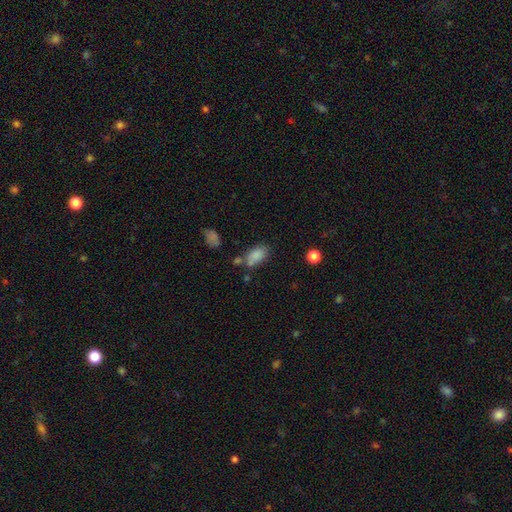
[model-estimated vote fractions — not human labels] Morphology: type=smooth (82%); roundness=in between (90%); merging=none (51%).